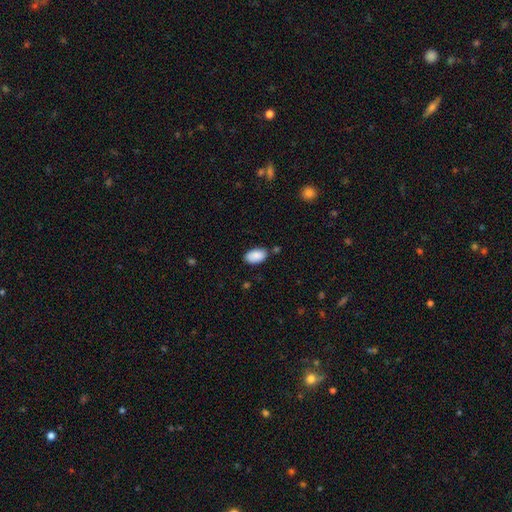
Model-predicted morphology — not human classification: Q: Smooth or featured?
A: smooth (89%); runner-up: star or artifact (6%)
Q: How rounded?
A: in between (95%); runner-up: round (4%)
Q: Merging?
A: none (79%); runner-up: minor disturbance (15%)